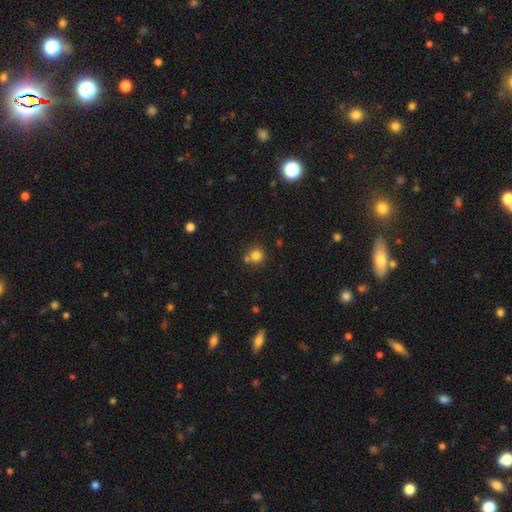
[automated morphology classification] smooth-or-featured: smooth: 80% | star or artifact: 13% | featured or disk: 7%
  how-rounded: round: 90% | in between: 9% | cigar-shaped: 1%
  merging: none: 65% | merger: 22% | minor disturbance: 10% | major disturbance: 3%